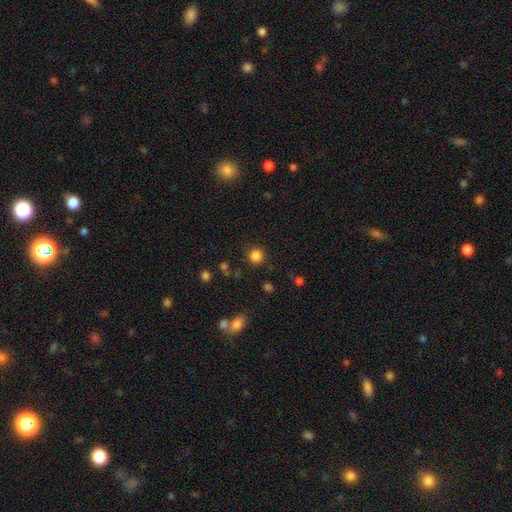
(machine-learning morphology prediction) Smooth or featured? smooth (84%)
How rounded? round (93%)
Merging? none (87%)